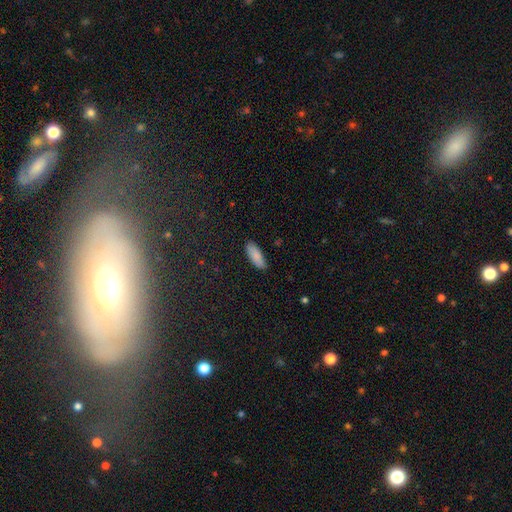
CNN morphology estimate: Smooth or featured? smooth (87%)
How rounded? in between (72%)
Merging? none (86%)